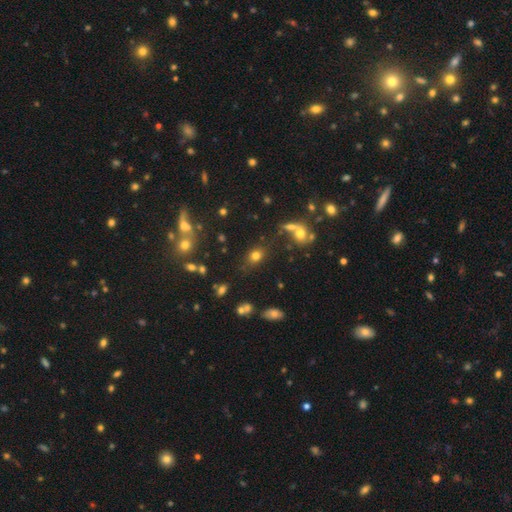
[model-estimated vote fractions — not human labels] Q: Smooth or featured?
A: smooth (75%); runner-up: star or artifact (16%)
Q: How rounded?
A: round (50%); runner-up: in between (48%)
Q: Merging?
A: none (72%); runner-up: minor disturbance (13%)